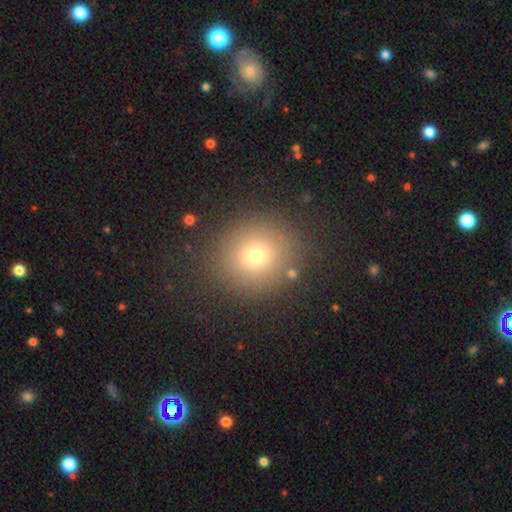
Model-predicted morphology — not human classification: A smooth galaxy with no disk features (72%) that is round (86%).

Vote fractions:
- Smooth or featured? smooth: 72% / star or artifact: 17% / featured or disk: 11%
- How rounded? round: 86% / in between: 13% / cigar-shaped: 1%
- Merging? none: 85% / minor disturbance: 8% / major disturbance: 4% / merger: 3%